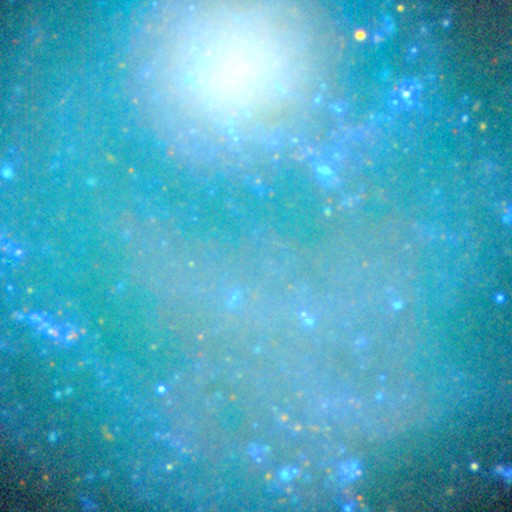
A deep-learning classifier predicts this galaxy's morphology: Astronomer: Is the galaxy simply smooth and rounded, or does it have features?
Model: star or artifact — 52% (runner-up: featured or disk, 33%).